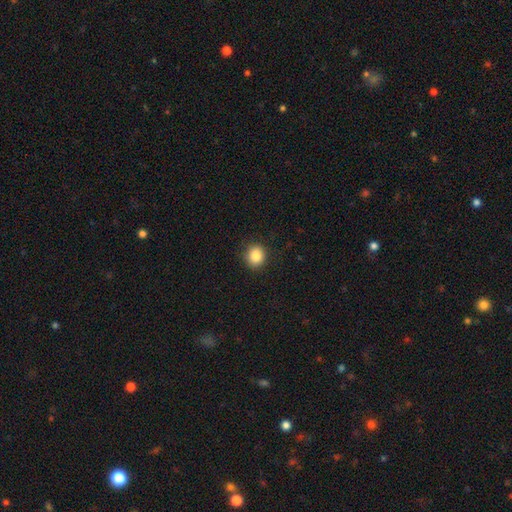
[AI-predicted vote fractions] Smooth or featured? smooth (86%)
How rounded? round (81%)
Merging? none (90%)